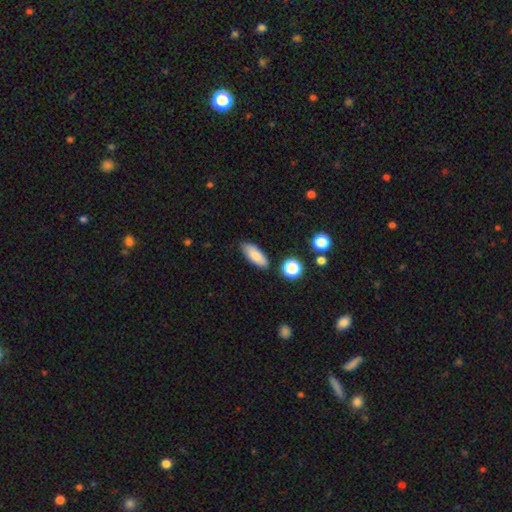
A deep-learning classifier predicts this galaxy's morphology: Smooth or featured: smooth — 83% (featured or disk — 9%)
How rounded: in between — 78% (cigar-shaped — 19%)
Merging: none — 83% (minor disturbance — 11%)